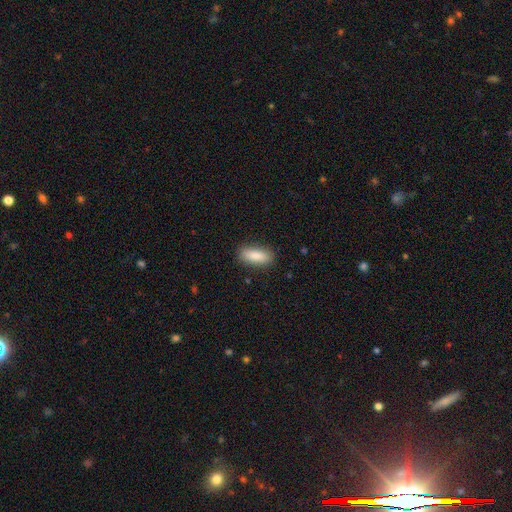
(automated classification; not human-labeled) Morphology: type=smooth (87%); roundness=in between (74%); merging=none (86%).